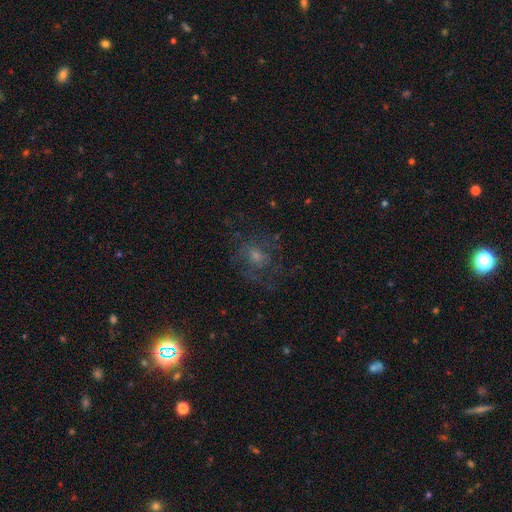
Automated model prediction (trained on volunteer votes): A featured or disk galaxy (40%). Merging: none (74%).